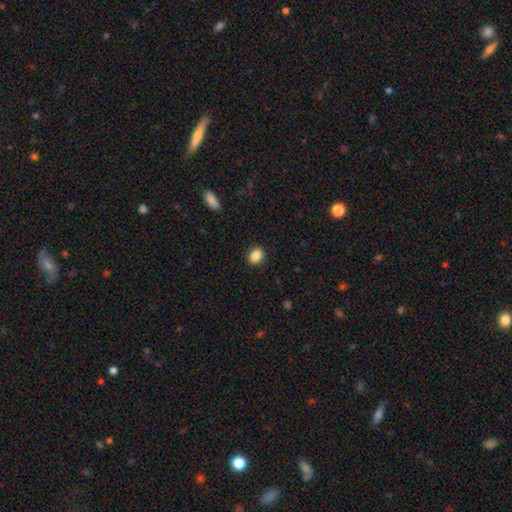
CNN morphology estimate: This is clearly a smooth galaxy (87%). How rounded: likely in between (69%). Merging: clearly none (88%).